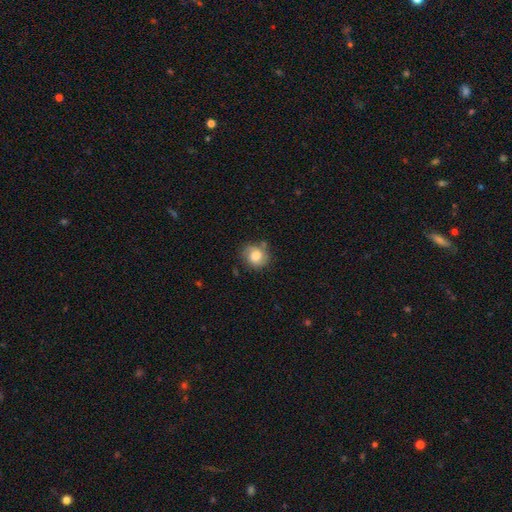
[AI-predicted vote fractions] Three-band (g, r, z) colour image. It shows a smooth galaxy with no disk features (69%) that is round (80%). Merging: none (70%).